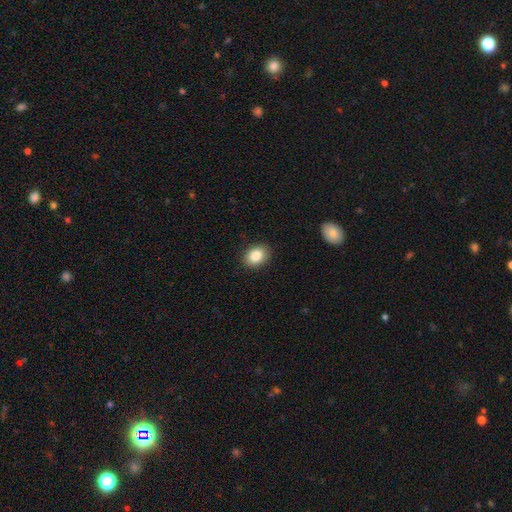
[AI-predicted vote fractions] smooth_or_featured: smooth (p=0.86) [alt: star or artifact p=0.08]
how_rounded: in between (p=0.73) [alt: round p=0.26]
merging: none (p=0.88) [alt: minor disturbance p=0.09]